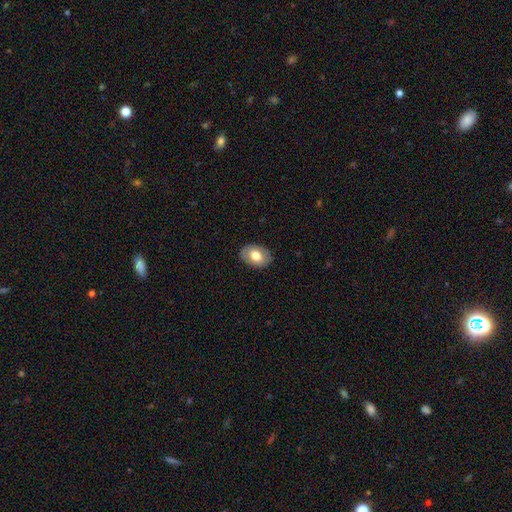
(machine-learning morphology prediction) Q: Smooth or featured?
A: smooth (71%); runner-up: featured or disk (22%)
Q: How rounded?
A: in between (82%); runner-up: round (17%)
Q: Merging?
A: none (87%); runner-up: minor disturbance (10%)